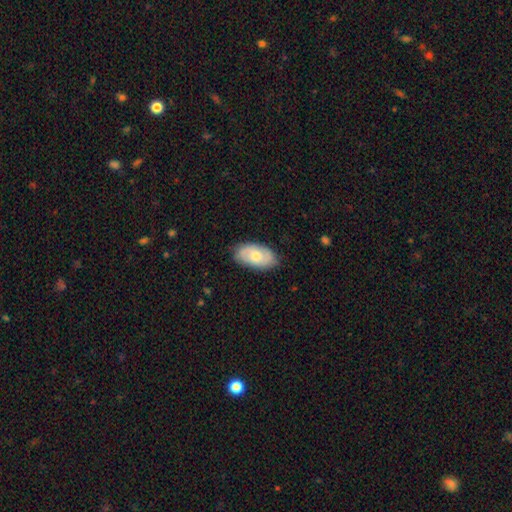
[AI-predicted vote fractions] smooth_or_featured: smooth (p=0.59) [alt: featured or disk p=0.36]
how_rounded: in between (p=0.93) [alt: round p=0.04]
merging: none (p=0.80) [alt: minor disturbance p=0.16]